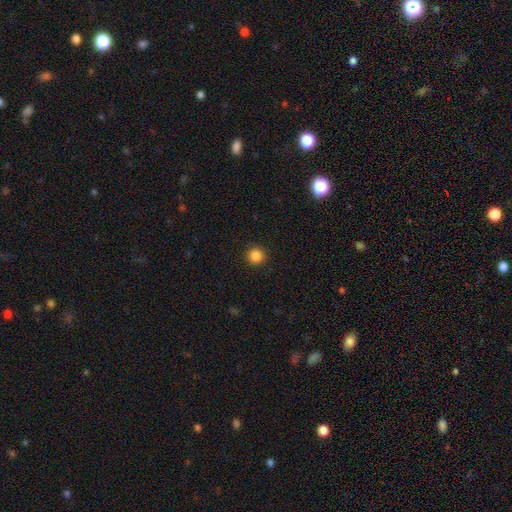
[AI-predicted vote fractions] A smooth galaxy with no disk features (86%) that is round (95%). Merging: none (92%).